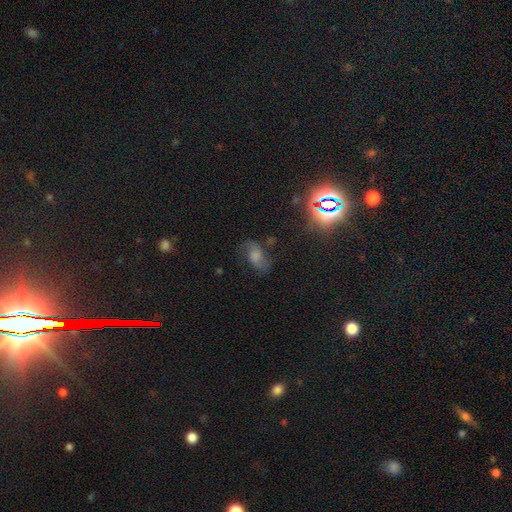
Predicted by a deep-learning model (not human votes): This appears to be a featured or disk galaxy (57%) with no bar (58%), spiral arms (89%) and no central bulge (36%). Merging: none (62%).